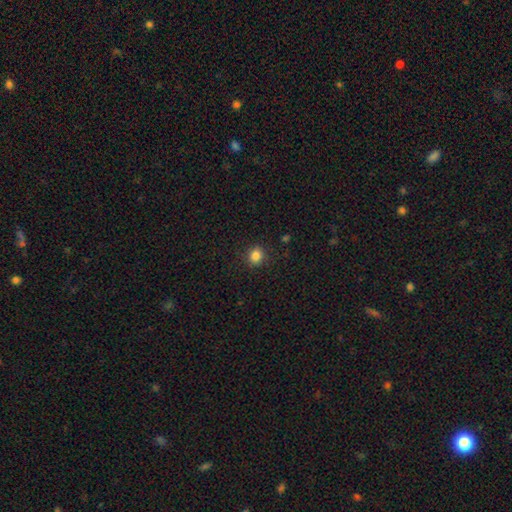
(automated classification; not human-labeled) smooth-or-featured: smooth: 84% | star or artifact: 11% | featured or disk: 4%
  how-rounded: round: 77% | in between: 22% | cigar-shaped: 1%
  merging: none: 89% | minor disturbance: 8% | major disturbance: 2% | merger: 1%